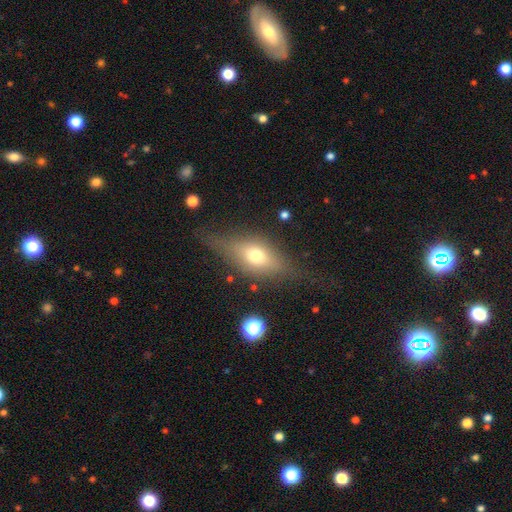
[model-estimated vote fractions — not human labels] Smooth or featured: smooth — 45% (tied with featured or disk — 45%)
Merging: none — 69% (minor disturbance — 19%)